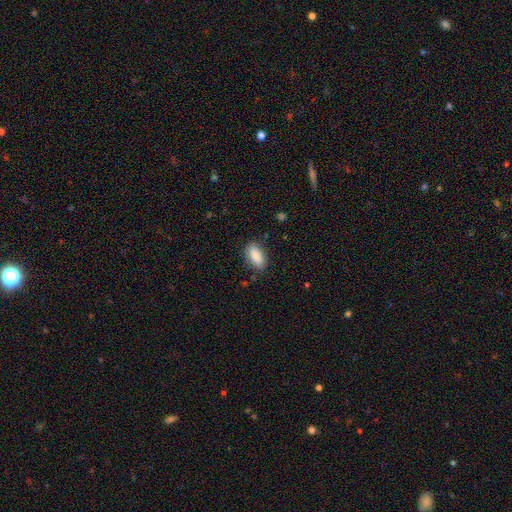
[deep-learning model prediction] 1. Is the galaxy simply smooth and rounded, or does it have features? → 84% smooth, 9% featured or disk, 7% star or artifact.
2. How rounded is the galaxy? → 87% in between, 10% cigar-shaped, 3% round.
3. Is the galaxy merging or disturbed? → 84% none, 12% minor disturbance, 3% major disturbance, 1% merger.